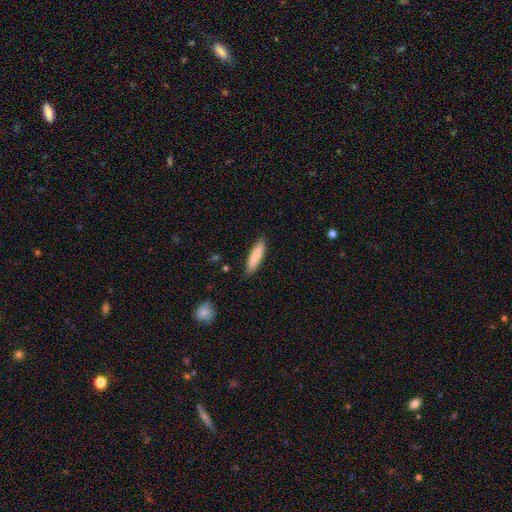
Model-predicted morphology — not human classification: This is clearly a smooth galaxy (84%). How rounded: likely cigar-shaped (75%). Merging: clearly none (86%).